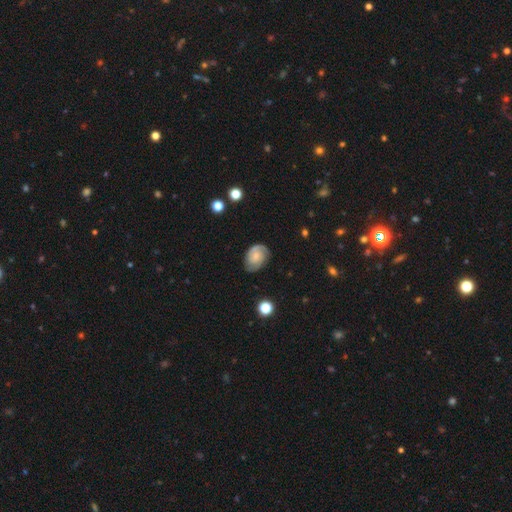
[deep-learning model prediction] Smooth or featured: featured or disk — 67% (smooth — 26%)
Edge-on disk: no — 97% (yes — 3%)
Bar: no — 67% (weak — 29%)
Spiral arms: yes — 93% (no — 7%)
Spiral winding: tight — 51% (medium — 38%)
Spiral arm count: 2 — 71% (can't tell — 14%)
Bulge size: small — 47% (moderate — 27%)
Merging: none — 76% (minor disturbance — 18%)